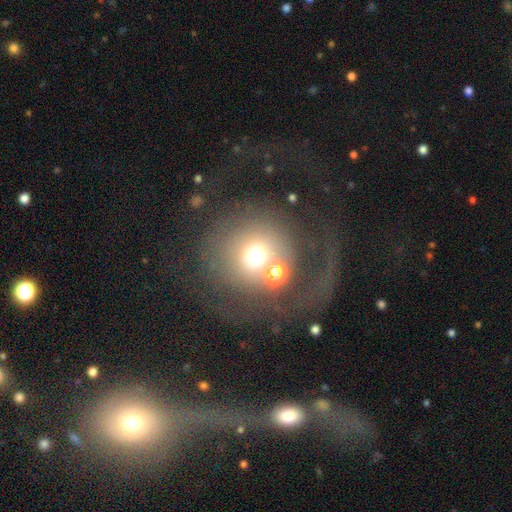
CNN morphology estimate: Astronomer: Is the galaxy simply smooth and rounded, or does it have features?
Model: smooth — 58%.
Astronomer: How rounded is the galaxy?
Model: round — 90%.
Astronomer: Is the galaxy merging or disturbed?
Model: none — 49%.